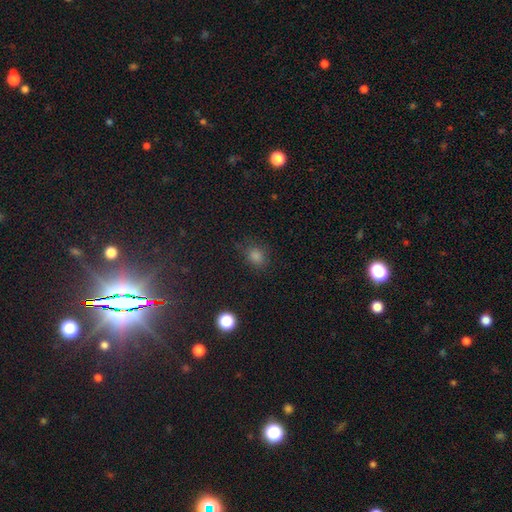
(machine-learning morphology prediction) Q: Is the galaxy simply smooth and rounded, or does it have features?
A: smooth — 71%.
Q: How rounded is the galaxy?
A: round — 61%.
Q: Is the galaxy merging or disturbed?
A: none — 78%.